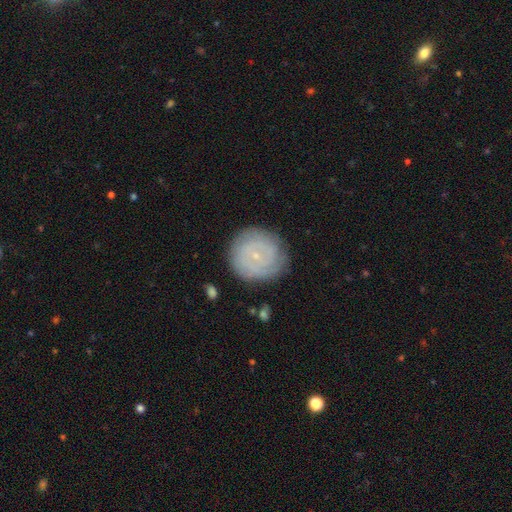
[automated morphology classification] type=featured or disk (65%); edge-on=no (98%); bar=no (67%); spiral arms=yes (86%); winding=tight (78%); arm count=can't tell (41%); bulge=small (86%); merging=none (82%).